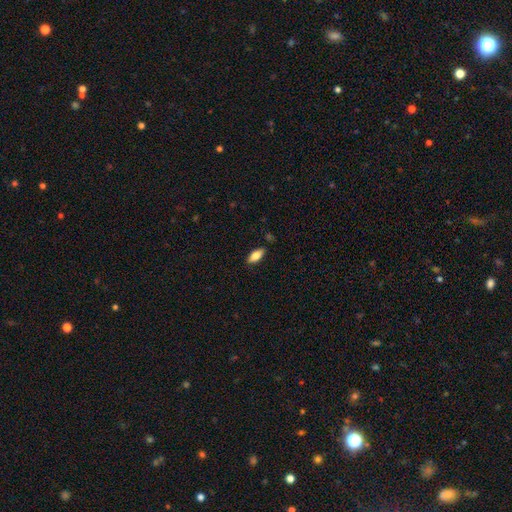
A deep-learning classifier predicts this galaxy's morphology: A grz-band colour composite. It shows a smooth galaxy with no disk features (80%) that is in between round and cigar-shaped (83%). Merging: none (87%).